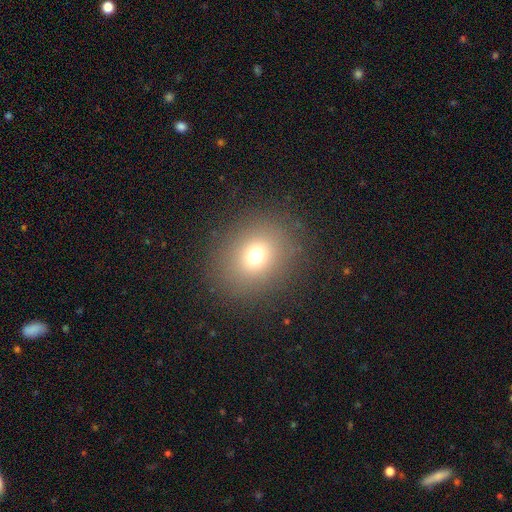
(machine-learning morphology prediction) smooth-or-featured: smooth: 70% | star or artifact: 18% | featured or disk: 12%
  how-rounded: round: 69% | in between: 30% | cigar-shaped: 1%
  merging: none: 85% | minor disturbance: 8% | major disturbance: 5% | merger: 1%